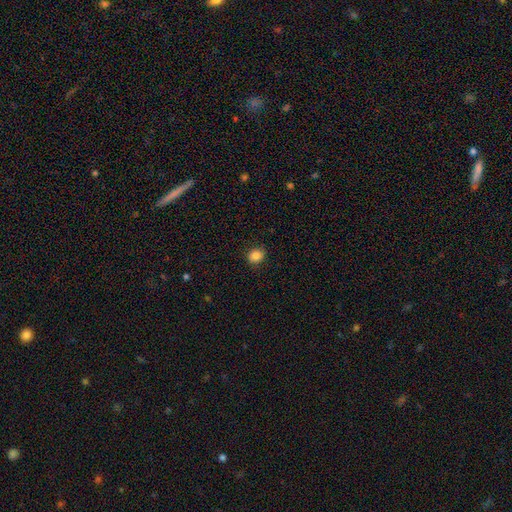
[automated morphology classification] type=smooth (85%); roundness=round (75%); merging=none (90%).